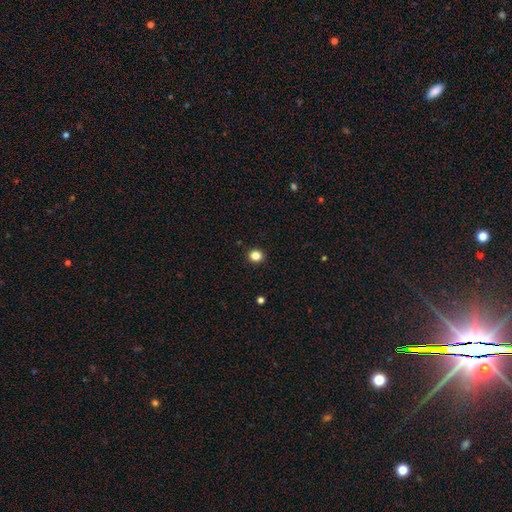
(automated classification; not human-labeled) Smooth or featured?
  - smooth: 85% *
  - star or artifact: 12%
  - featured or disk: 4%
How rounded?
  - round: 85% *
  - in between: 14%
  - cigar-shaped: 1%
Merging?
  - none: 92% *
  - minor disturbance: 5%
  - major disturbance: 2%
  - merger: 1%